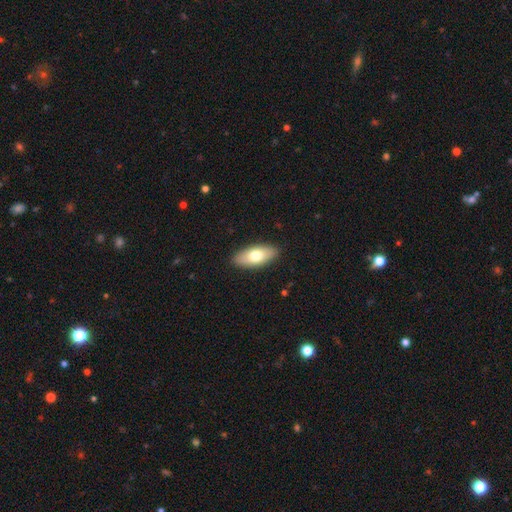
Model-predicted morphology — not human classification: This is likely a smooth galaxy (71%). How rounded: clearly in between (85%). Merging: clearly none (89%).